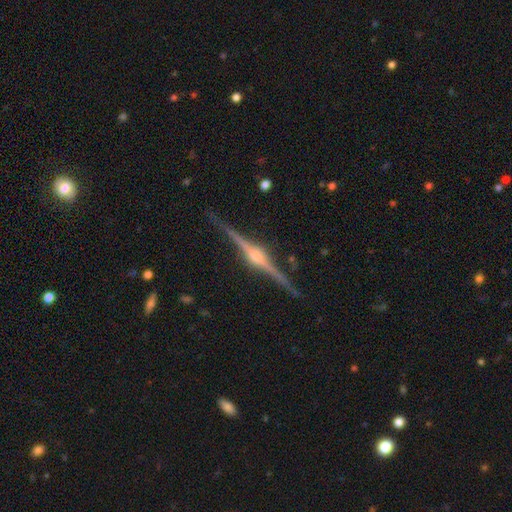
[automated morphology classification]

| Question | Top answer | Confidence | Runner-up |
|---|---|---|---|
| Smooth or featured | featured or disk | 91% | star or artifact (5%) |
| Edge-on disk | yes | 99% | no (1%) |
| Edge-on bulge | rounded | 92% | boxy (6%) |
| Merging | none | 90% | minor disturbance (7%) |